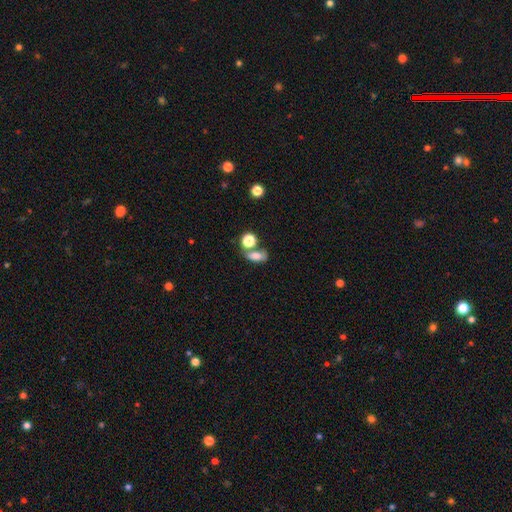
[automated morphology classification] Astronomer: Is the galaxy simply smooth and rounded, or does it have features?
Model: smooth — 76%.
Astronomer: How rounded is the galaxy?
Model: in between — 76%.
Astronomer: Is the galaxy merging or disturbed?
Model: none — 46% (runner-up: merger, 32%).